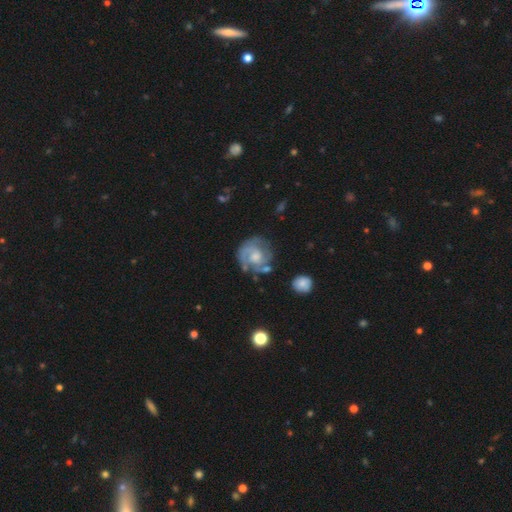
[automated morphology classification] featured or disk 75%, smooth 18%, star or artifact 7%. Down the decision tree: edge-on disk — no (98%); bar — no (67%); spiral arms — yes (88%); spiral arm count — 2 (45%); spiral winding — tight (57%); bulge size — moderate (55%); merging — none (65%).